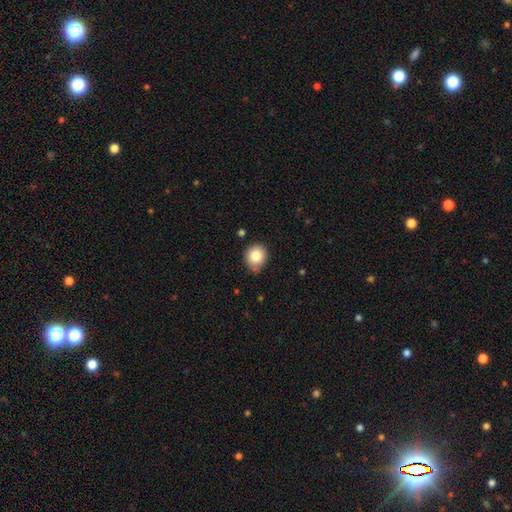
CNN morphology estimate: smooth_or_featured: smooth (p=0.82) [alt: star or artifact p=0.10]
how_rounded: round (p=0.77) [alt: in between p=0.22]
merging: none (p=0.73) [alt: minor disturbance p=0.22]